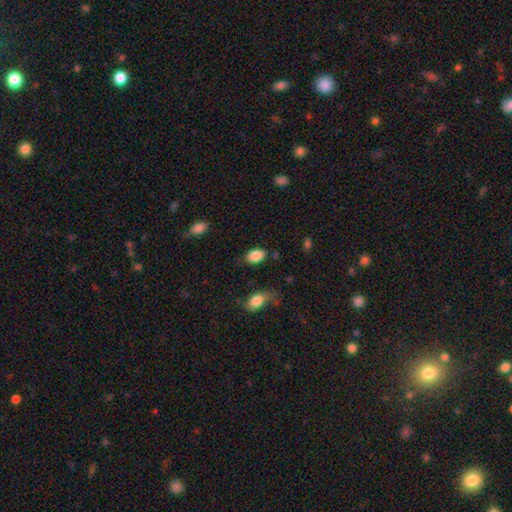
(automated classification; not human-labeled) A smooth galaxy with no disk features (88%) that is in between round and cigar-shaped (88%).

Vote fractions:
- Smooth or featured? smooth: 88% / star or artifact: 8% / featured or disk: 5%
- How rounded? in between: 88% / round: 11% / cigar-shaped: 1%
- Merging? none: 79% / minor disturbance: 14% / major disturbance: 4% / merger: 2%